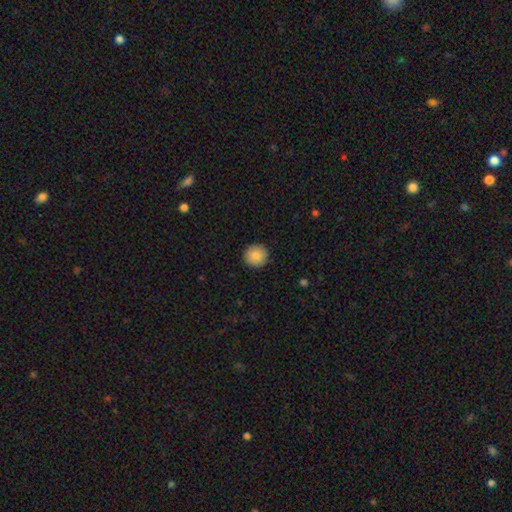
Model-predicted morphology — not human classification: Smooth or featured? smooth (87%)
How rounded? round (94%)
Merging? none (92%)